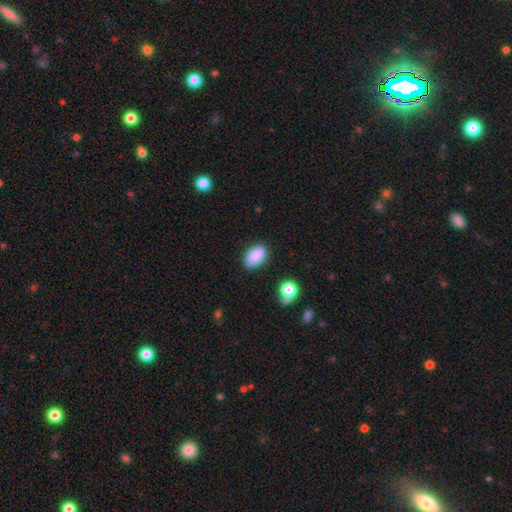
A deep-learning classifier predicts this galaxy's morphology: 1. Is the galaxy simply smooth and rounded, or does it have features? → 87% smooth, 8% star or artifact, 5% featured or disk.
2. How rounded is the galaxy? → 91% in between, 7% round, 1% cigar-shaped.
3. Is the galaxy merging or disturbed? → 82% none, 13% minor disturbance, 3% major disturbance, 2% merger.